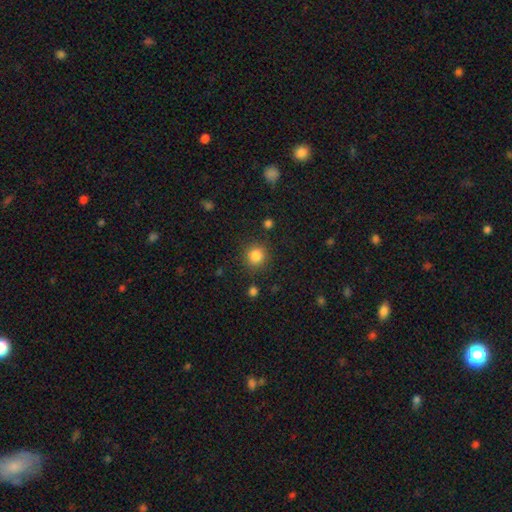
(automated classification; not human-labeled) Smooth or featured? smooth (85%)
How rounded? round (89%)
Merging? none (85%)